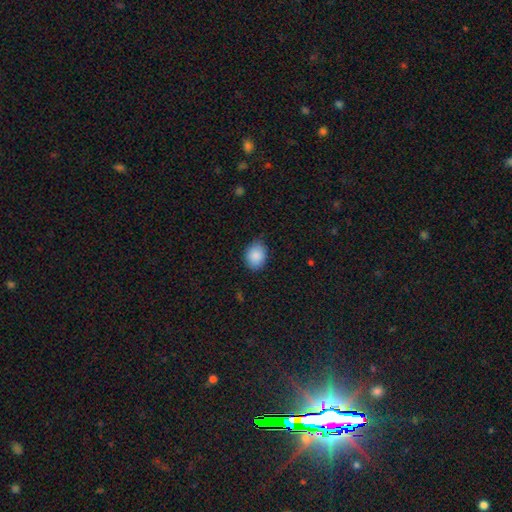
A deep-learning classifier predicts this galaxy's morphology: smooth_or_featured: smooth (p=0.89) [alt: star or artifact p=0.07]
how_rounded: in between (p=0.61) [alt: round p=0.38]
merging: none (p=0.82) [alt: minor disturbance p=0.14]